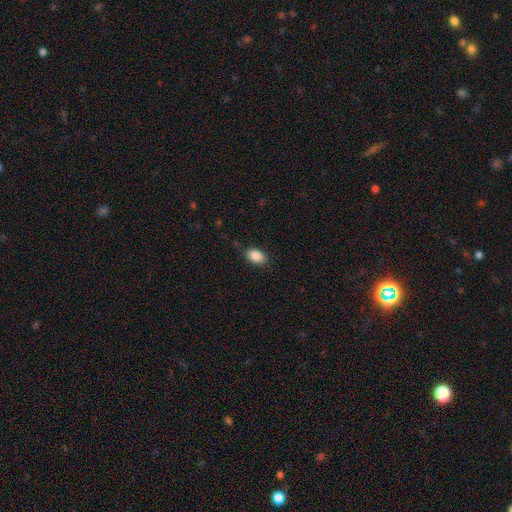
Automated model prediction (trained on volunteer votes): Smooth or featured? smooth (87%)
How rounded? in between (87%)
Merging? none (83%)